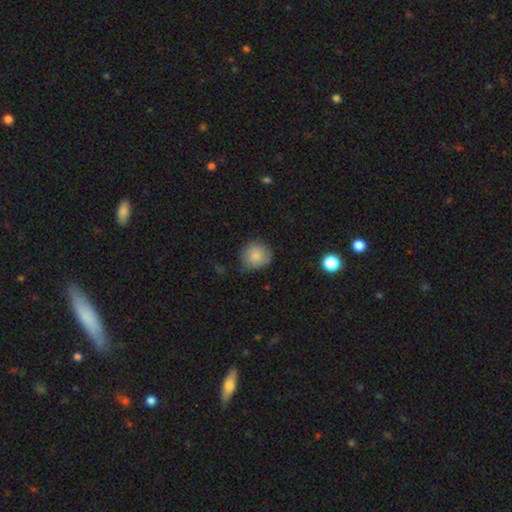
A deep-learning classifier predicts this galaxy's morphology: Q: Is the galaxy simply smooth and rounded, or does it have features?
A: smooth — 84%.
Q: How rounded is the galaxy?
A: round — 87%.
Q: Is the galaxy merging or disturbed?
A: none — 75%.